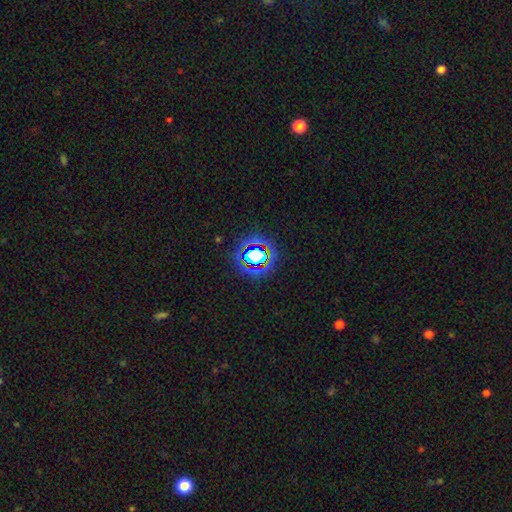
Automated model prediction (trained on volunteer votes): Q: Smooth or featured?
A: star or artifact (62%); runner-up: smooth (24%)